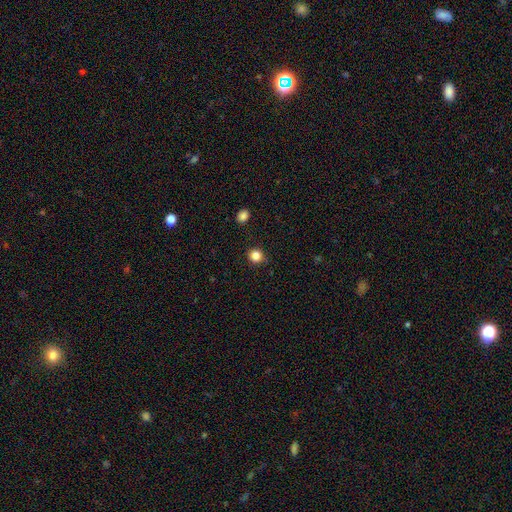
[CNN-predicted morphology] Smooth or featured: smooth — 85% (star or artifact — 11%)
How rounded: round — 88% (in between — 11%)
Merging: none — 86% (minor disturbance — 10%)